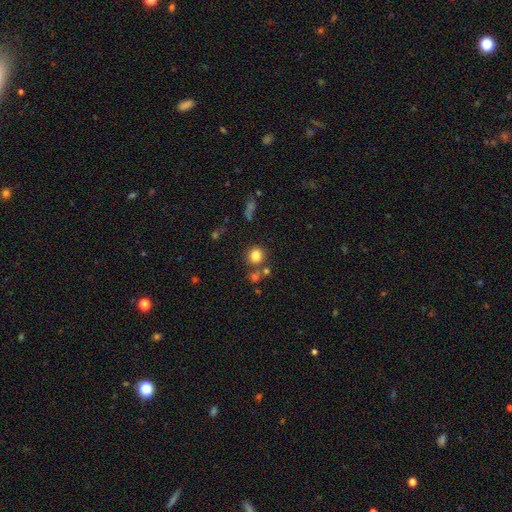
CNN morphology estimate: Overall: smooth (81%). How rounded: round (89%). Merging: none (74%).